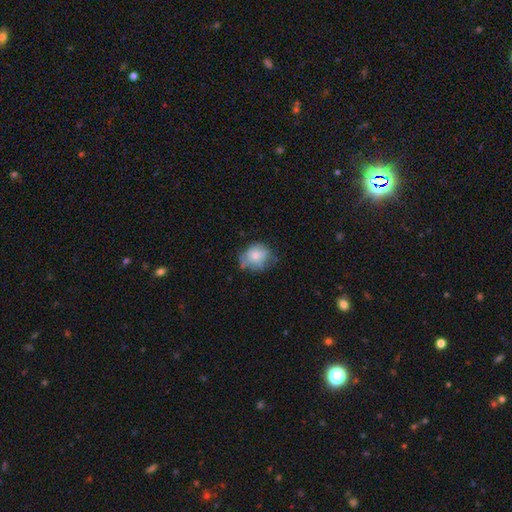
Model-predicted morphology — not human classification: A smooth galaxy with no disk features (68%) that is round (66%). Merging: none (50%).